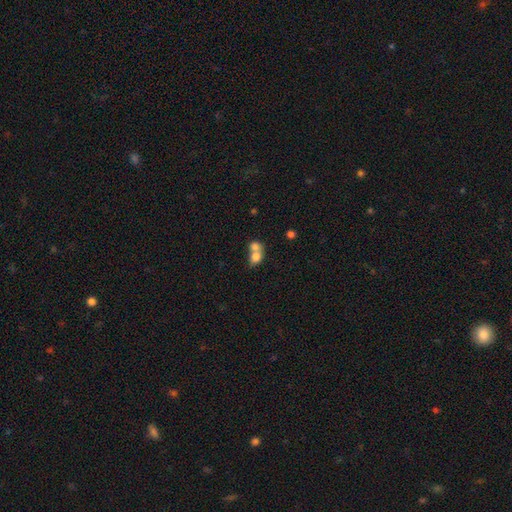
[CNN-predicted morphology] smooth_or_featured: smooth (p=0.76) [alt: featured or disk p=0.15]
how_rounded: round (p=0.50) [alt: in between p=0.49]
merging: merger (p=0.70) [alt: none p=0.20]